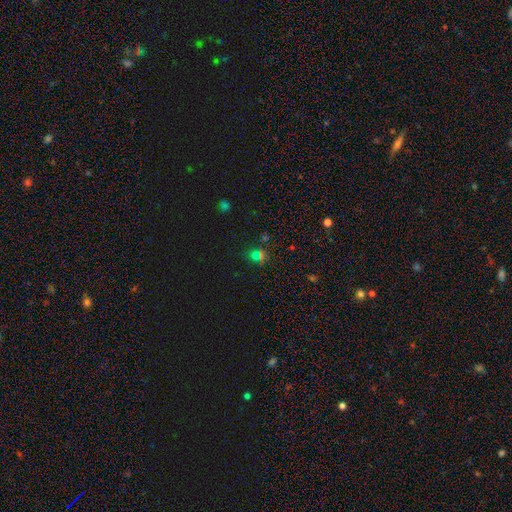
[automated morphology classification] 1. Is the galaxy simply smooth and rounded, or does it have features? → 46% star or artifact, 44% smooth, 9% featured or disk.